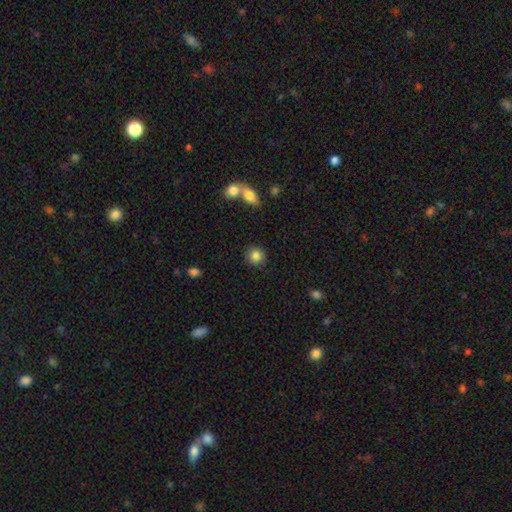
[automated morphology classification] smooth 85%, star or artifact 9%, featured or disk 6%. Down the decision tree: how rounded — round (87%); merging — none (87%).